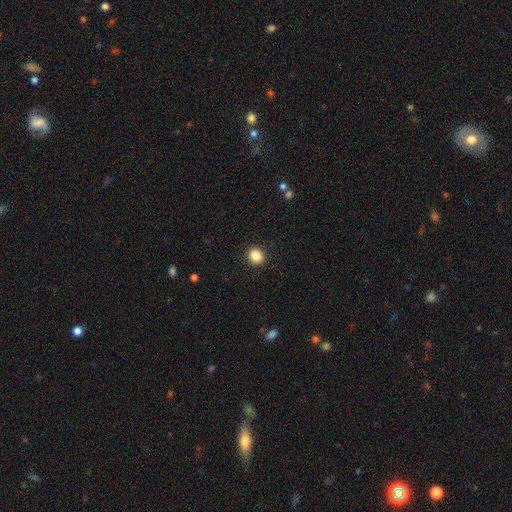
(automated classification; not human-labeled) smooth-or-featured: smooth: 85% | star or artifact: 10% | featured or disk: 4%
  how-rounded: round: 82% | in between: 17% | cigar-shaped: 1%
  merging: none: 92% | minor disturbance: 5% | major disturbance: 2% | merger: 1%